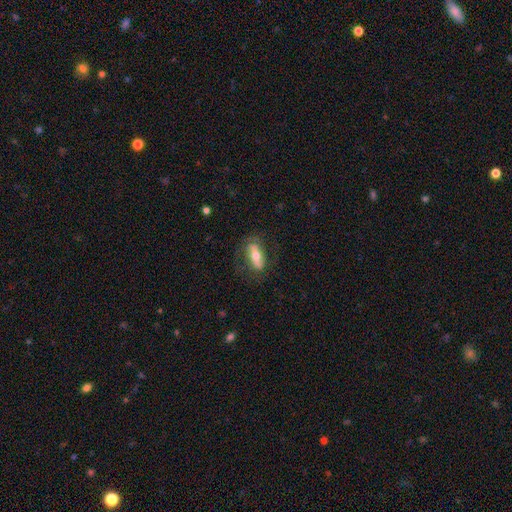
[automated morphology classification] This appears to be a smooth galaxy with no disk features (47%, tied with featured or disk). Merging: none (70%).